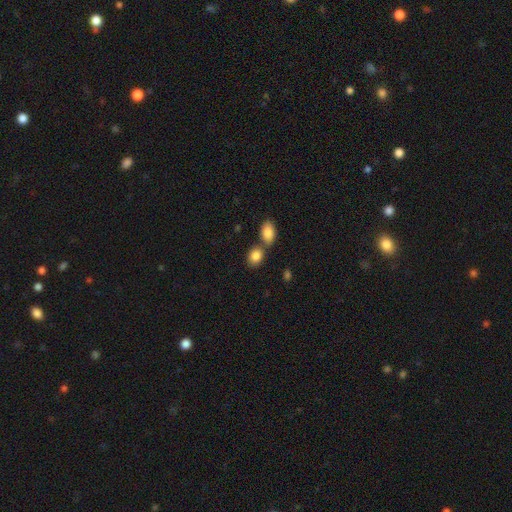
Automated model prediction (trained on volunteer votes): This appears to be a smooth galaxy with no disk features (86%) that is in between round and cigar-shaped (66%). Merging: none (50%).